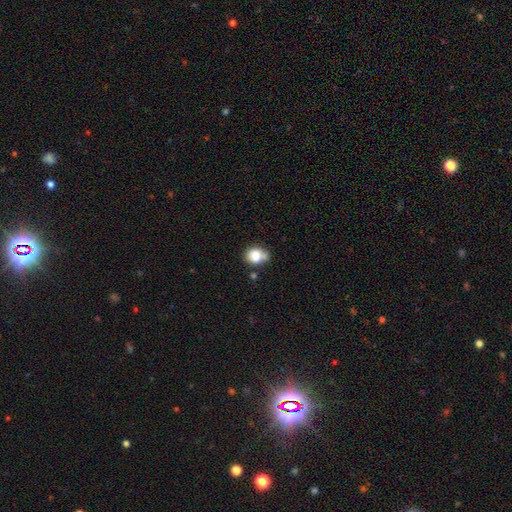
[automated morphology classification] smooth 81%, star or artifact 10%, featured or disk 9%. Down the decision tree: how rounded — round (59%); merging — none (52%).